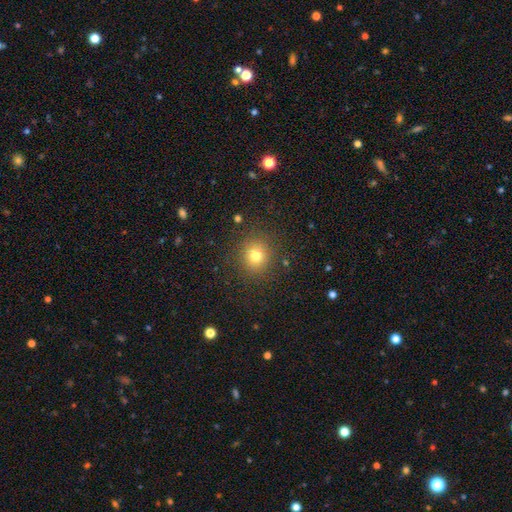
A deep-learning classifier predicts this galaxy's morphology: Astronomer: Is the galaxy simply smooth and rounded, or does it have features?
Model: smooth — 77%.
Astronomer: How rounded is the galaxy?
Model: round — 87%.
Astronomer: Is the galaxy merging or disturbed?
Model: none — 88%.